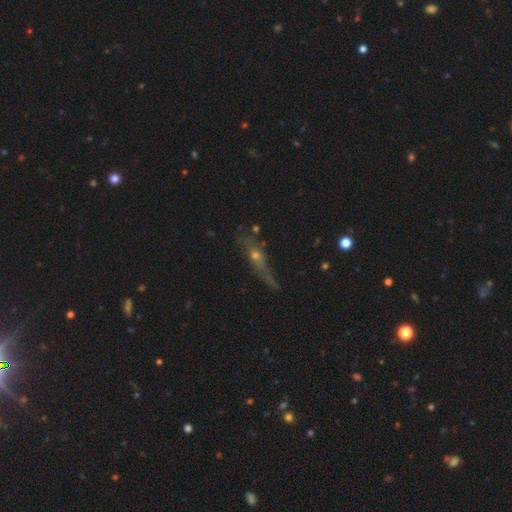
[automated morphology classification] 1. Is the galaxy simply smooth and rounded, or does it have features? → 52% featured or disk, 30% smooth, 18% star or artifact.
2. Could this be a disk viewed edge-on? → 68% yes, 32% no.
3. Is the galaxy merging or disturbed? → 54% none, 22% minor disturbance, 18% major disturbance, 6% merger.